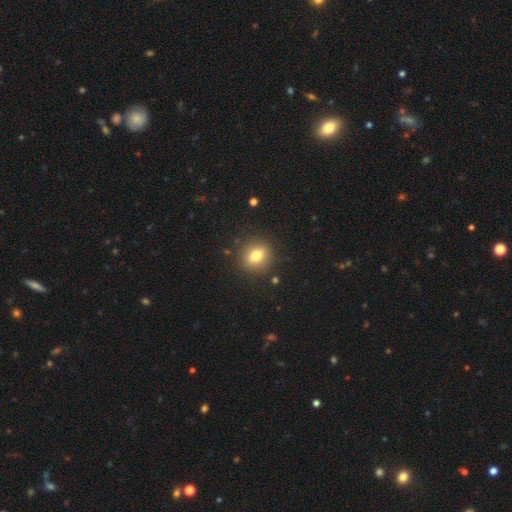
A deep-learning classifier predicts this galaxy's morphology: smooth 79%, star or artifact 11%, featured or disk 10%. Down the decision tree: how rounded — round (65%); merging — none (87%).